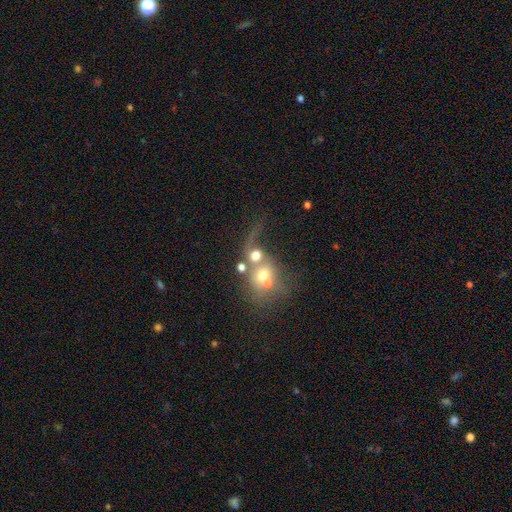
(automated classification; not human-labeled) Overall: smooth (49%; featured or disk 35%). Merging: merger (56%; none 20%).